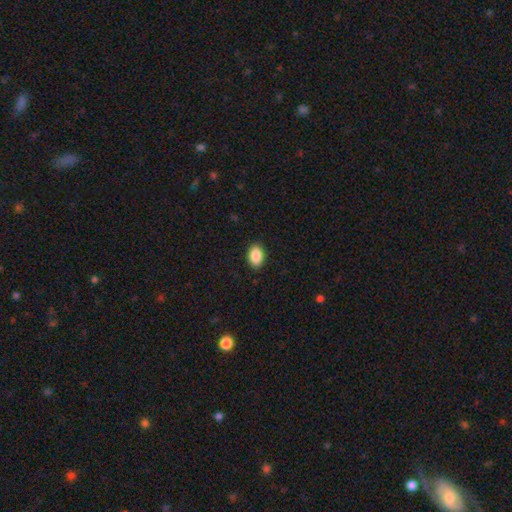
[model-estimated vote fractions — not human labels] Smooth or featured? Predicted: smooth (p=0.89). How rounded? Predicted: in between (p=0.87). Merging? Predicted: none (p=0.89).